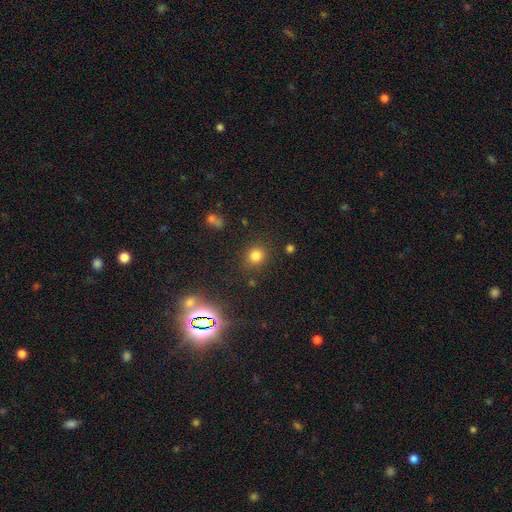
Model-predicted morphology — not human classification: This appears to be a smooth galaxy with no disk features (77%) that is round (84%). Merging: none (85%).